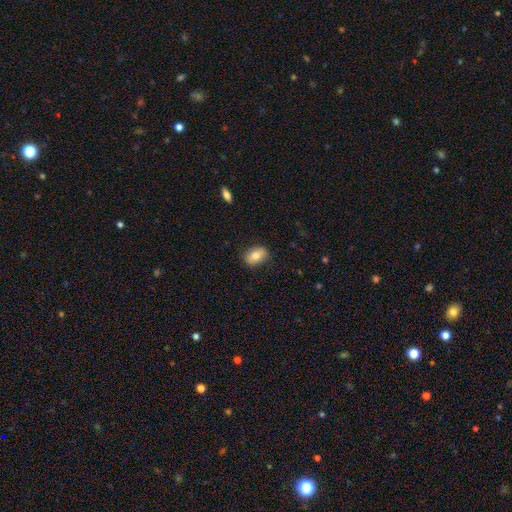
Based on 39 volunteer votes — smooth_or_featured: smooth (p=0.74) [alt: featured or disk p=0.21]
how_rounded: in between (p=0.83) [alt: round p=0.14]
merging: none (p=0.89) [alt: minor disturbance p=0.11]